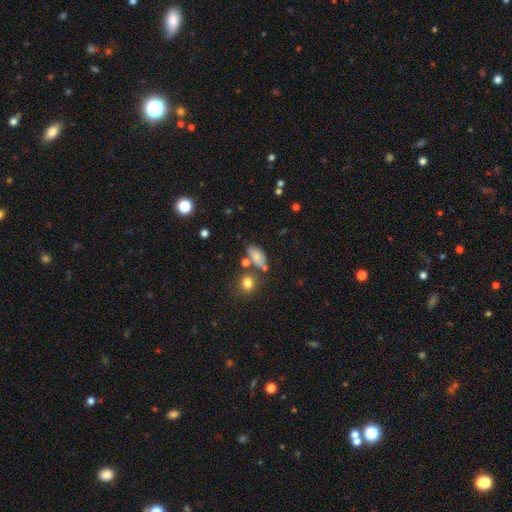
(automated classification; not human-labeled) Smooth or featured?
  - smooth: 76% *
  - featured or disk: 13%
  - star or artifact: 11%
How rounded?
  - in between: 87% *
  - round: 8%
  - cigar-shaped: 6%
Merging?
  - none: 60% *
  - minor disturbance: 19%
  - merger: 15%
  - major disturbance: 6%